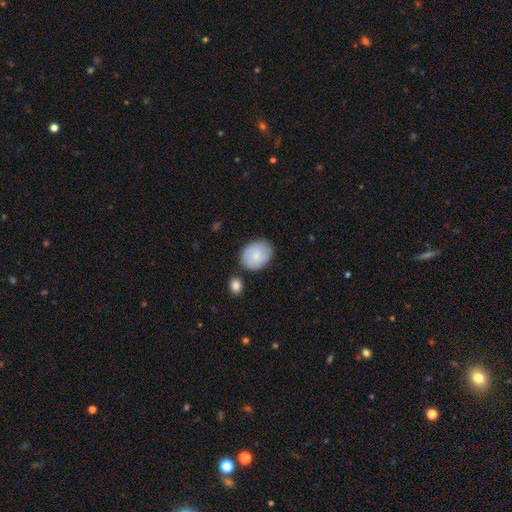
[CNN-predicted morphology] Overall: smooth (75%). How rounded: in between (63%; round 36%). Merging: none (75%).